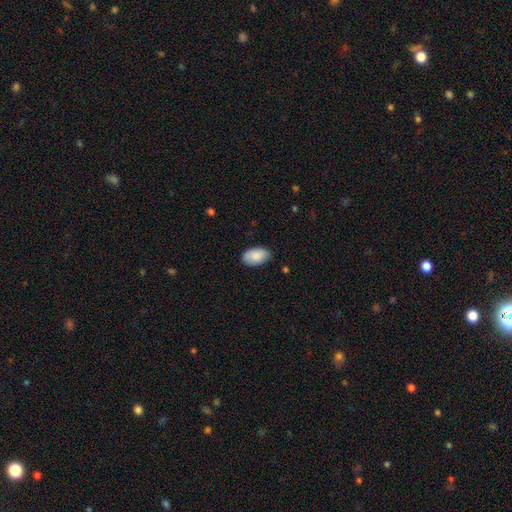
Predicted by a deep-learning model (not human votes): Smooth or featured?
  - smooth: 88% *
  - featured or disk: 6%
  - star or artifact: 6%
How rounded?
  - in between: 95% *
  - round: 4%
  - cigar-shaped: 1%
Merging?
  - none: 84% *
  - minor disturbance: 13%
  - major disturbance: 2%
  - merger: 1%